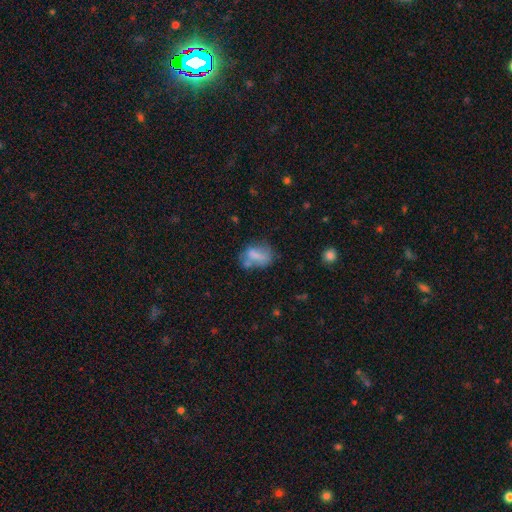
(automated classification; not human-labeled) Smooth or featured? smooth (62%)
How rounded? in between (76%)
Merging? none (42%)